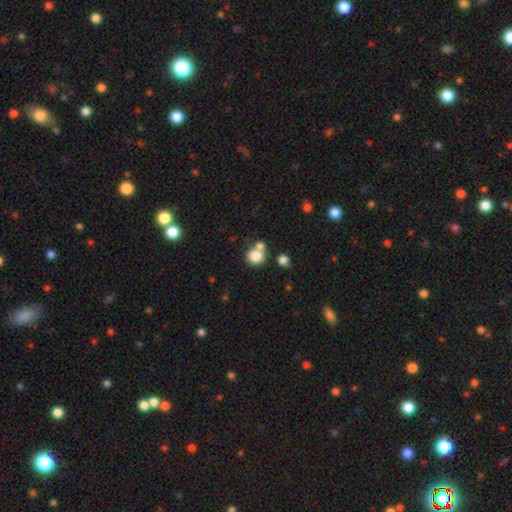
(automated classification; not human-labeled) A smooth galaxy with no disk features (81%) that is round (86%). Merging: none (54%).